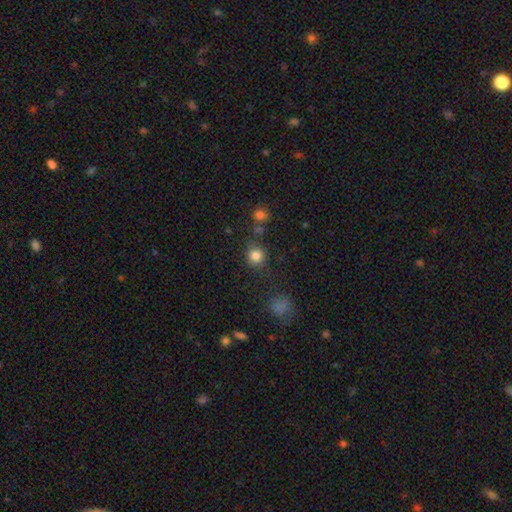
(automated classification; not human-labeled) Morphology: type=smooth (83%); roundness=round (90%); merging=none (80%).